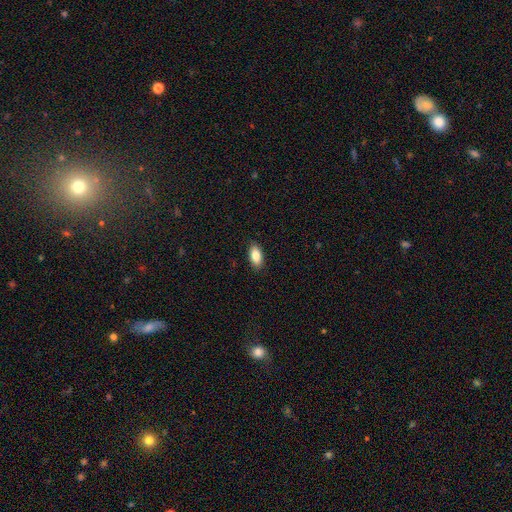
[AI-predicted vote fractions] smooth 85%, featured or disk 8%, star or artifact 7%. Down the decision tree: how rounded — in between (91%); merging — none (88%).